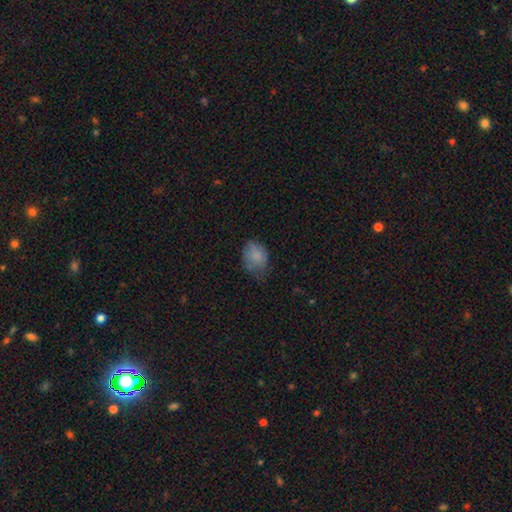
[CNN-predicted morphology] type=smooth (81%); roundness=in between (65%); merging=none (48%).